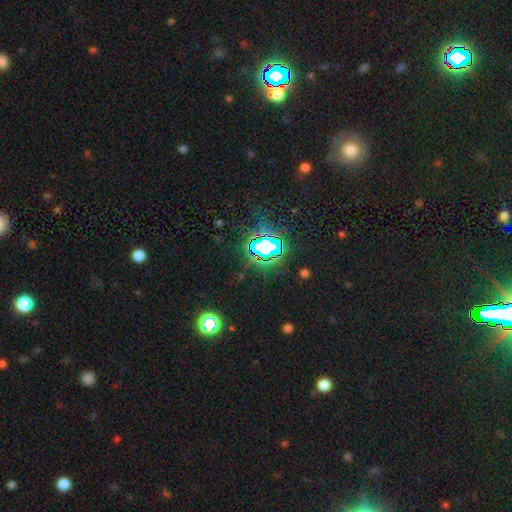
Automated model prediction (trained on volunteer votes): Smooth or featured? Predicted: star or artifact (p=0.79).